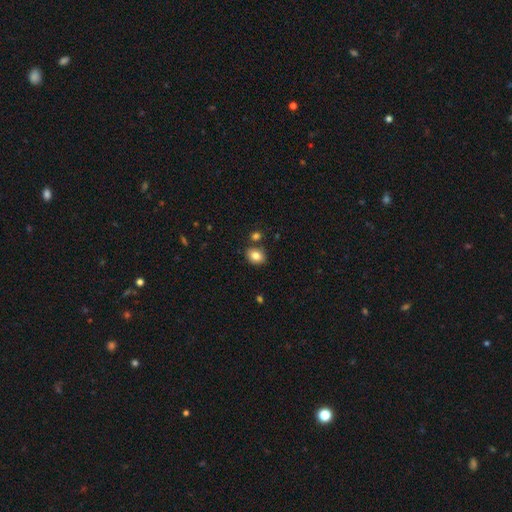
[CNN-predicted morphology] The model was most divided on "how rounded": round: 51%, in between: 48%, cigar-shaped: 1%. More confident: smooth or featured — smooth (82%); merging — none (79%).